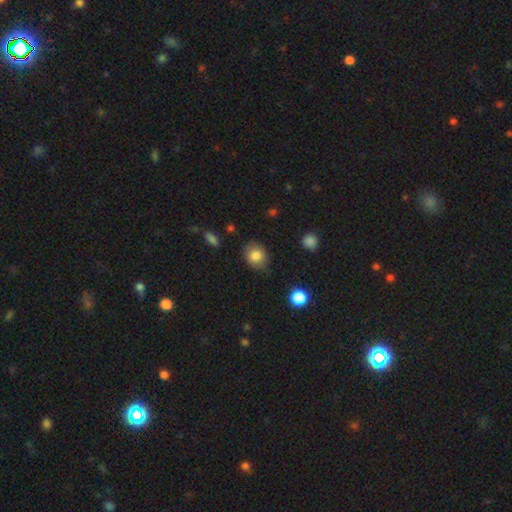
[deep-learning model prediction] smooth 82%, featured or disk 9%, star or artifact 9%. Down the decision tree: how rounded — round (57%); merging — none (76%).